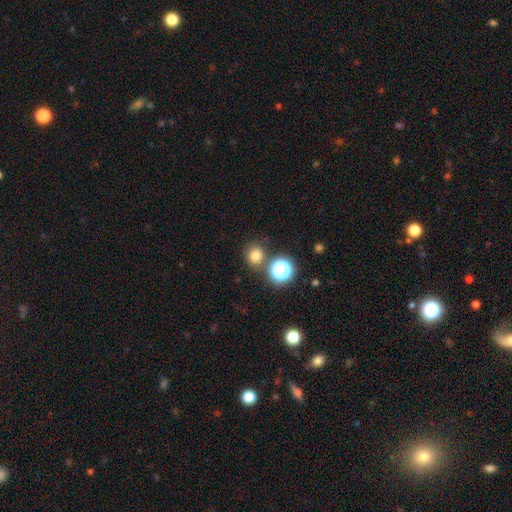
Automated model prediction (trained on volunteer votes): A smooth galaxy with no disk features (75%) that is round (87%). Merging: none (76%).